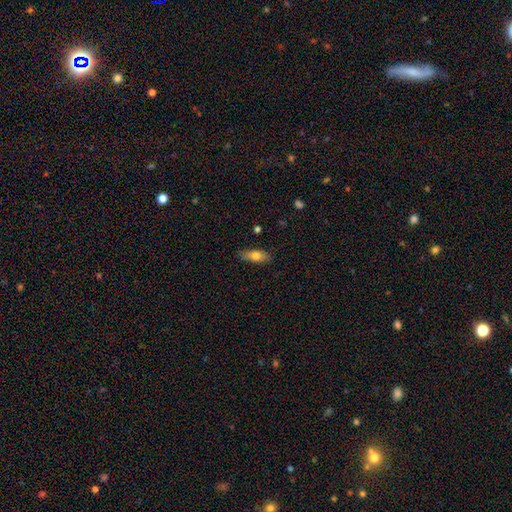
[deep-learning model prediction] Smooth or featured: smooth — 73% (featured or disk — 20%)
How rounded: in between — 73% (cigar-shaped — 24%)
Merging: none — 84% (minor disturbance — 13%)